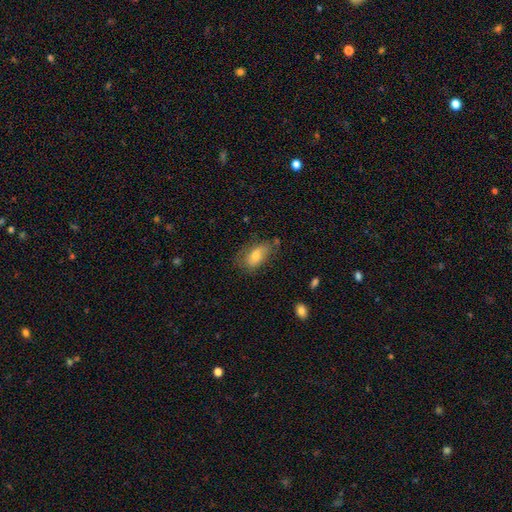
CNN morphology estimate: This is likely a smooth galaxy (67%). How rounded: clearly in between (88%). Merging: possibly none (57%).